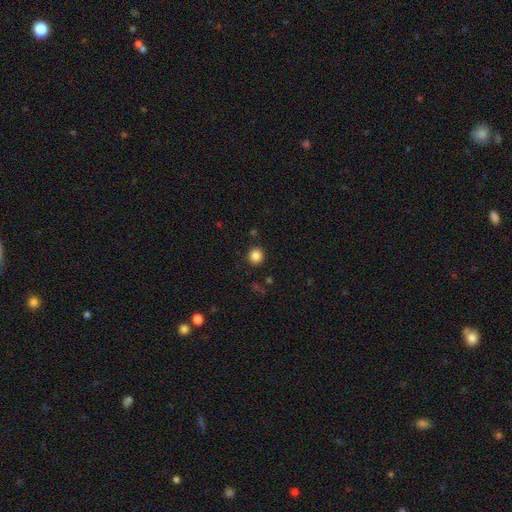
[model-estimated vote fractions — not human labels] Smooth or featured? Predicted: smooth (p=0.85). How rounded? Predicted: round (p=0.88). Merging? Predicted: none (p=0.90).